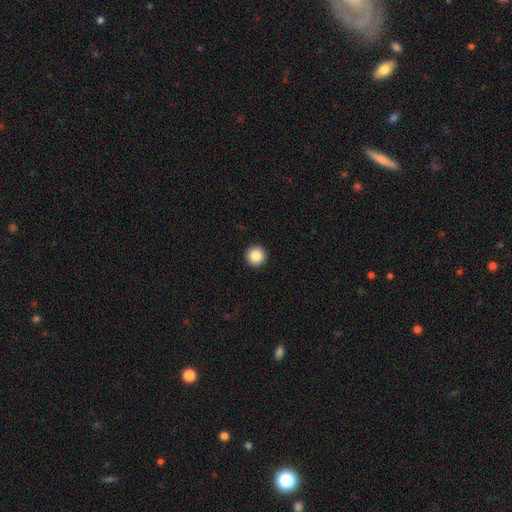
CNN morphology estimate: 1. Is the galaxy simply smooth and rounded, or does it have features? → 86% smooth, 9% star or artifact, 4% featured or disk.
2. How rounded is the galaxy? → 97% round, 2% in between, 1% cigar-shaped.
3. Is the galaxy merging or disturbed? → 94% none, 4% minor disturbance, 1% major disturbance, 1% merger.